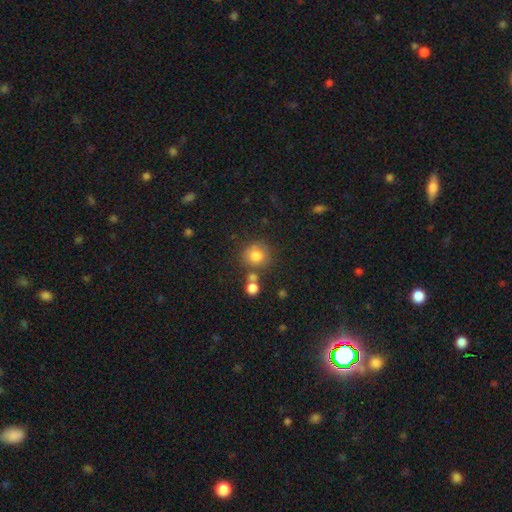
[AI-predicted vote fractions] Smooth or featured? smooth (80%)
How rounded? round (87%)
Merging? none (64%)